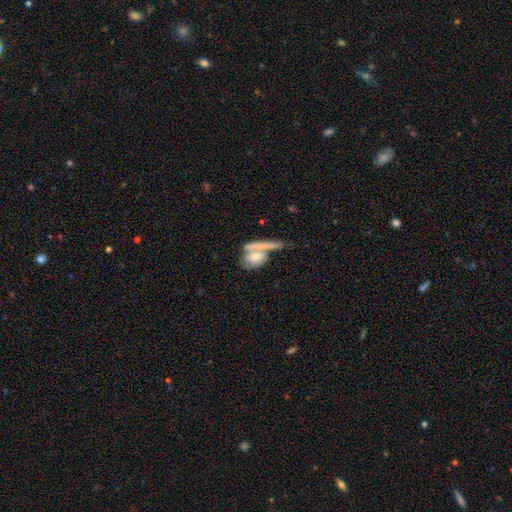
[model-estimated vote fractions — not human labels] smooth-or-featured: featured or disk: 47% | smooth: 42% | star or artifact: 11%
  merging: merger: 42% | none: 34% | minor disturbance: 12% | major disturbance: 11%